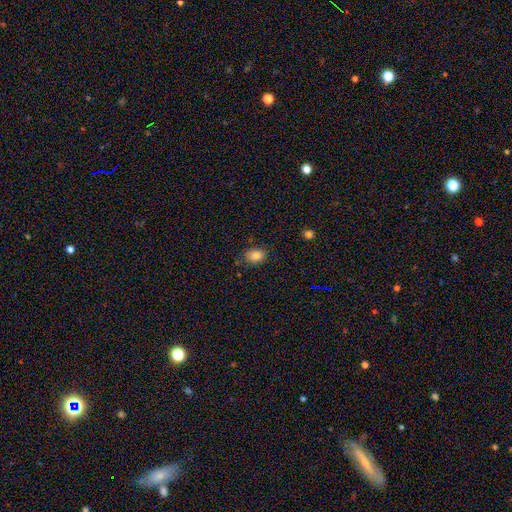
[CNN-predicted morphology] smooth-or-featured: smooth: 84% | star or artifact: 10% | featured or disk: 6%
  how-rounded: in between: 72% | round: 26% | cigar-shaped: 1%
  merging: none: 78% | minor disturbance: 16% | major disturbance: 3% | merger: 2%